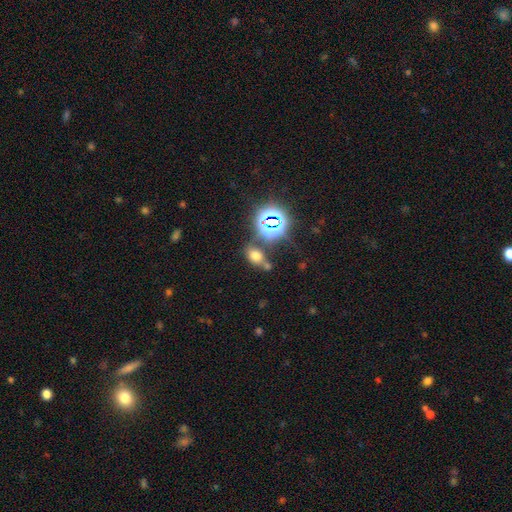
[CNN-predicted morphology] smooth-or-featured: smooth: 59% | star or artifact: 30% | featured or disk: 11%
  how-rounded: in between: 68% | round: 29% | cigar-shaped: 2%
  merging: none: 59% | merger: 19% | minor disturbance: 15% | major disturbance: 7%